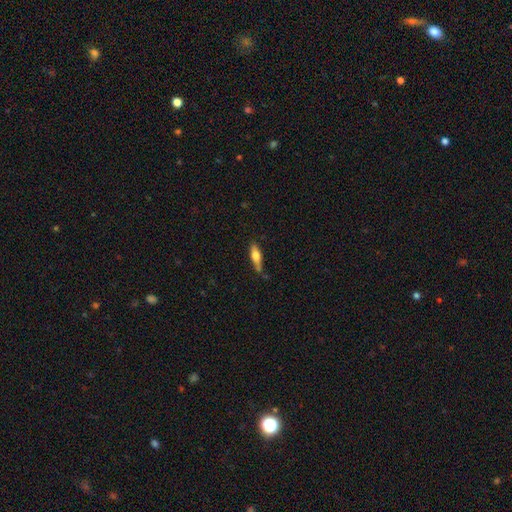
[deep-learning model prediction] The model was most divided on "how rounded": cigar-shaped: 54%, in between: 44%, round: 3%. More confident: merging — none (69%); smooth or featured — smooth (57%).